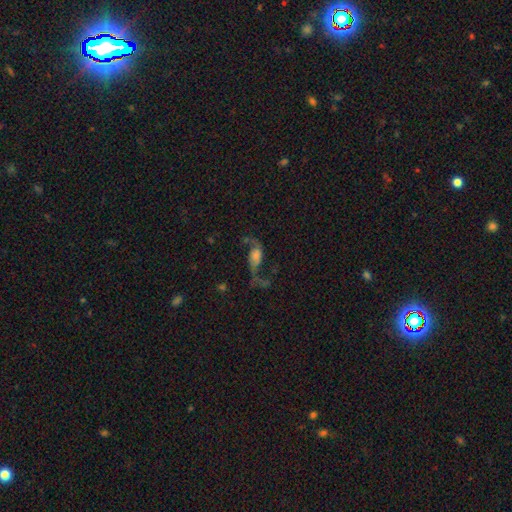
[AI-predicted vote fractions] This is likely a featured or disk galaxy (68%). It is clearly not viewed edge-on (94%). Bar: likely no (64%). Spiral arm pattern: clearly yes (88%). Spiral arm count: clearly 2 (89%). Spiral winding: clearly loose (86%). Central bulge: marginally small (33%). Merging: marginally none (42%).